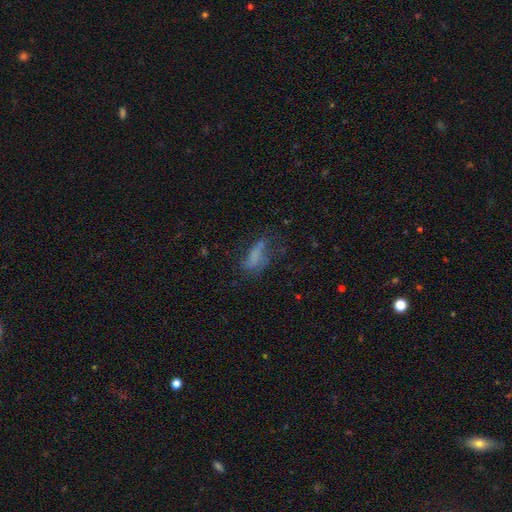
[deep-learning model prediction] Smooth or featured? smooth (53%)
How rounded? in between (65%)
Merging? none (40%)